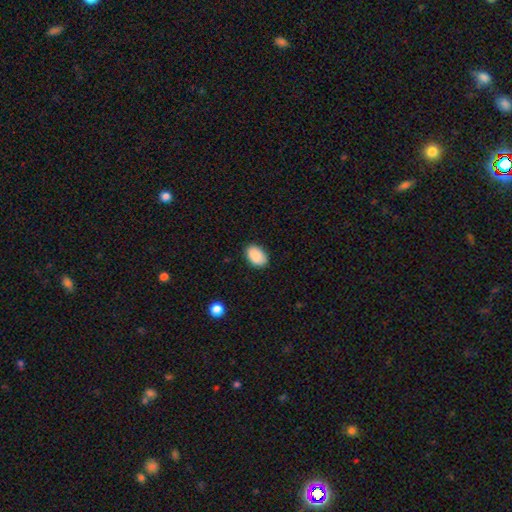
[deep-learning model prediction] Smooth or featured: smooth — 90% (star or artifact — 7%)
How rounded: in between — 88% (round — 11%)
Merging: none — 87% (minor disturbance — 10%)